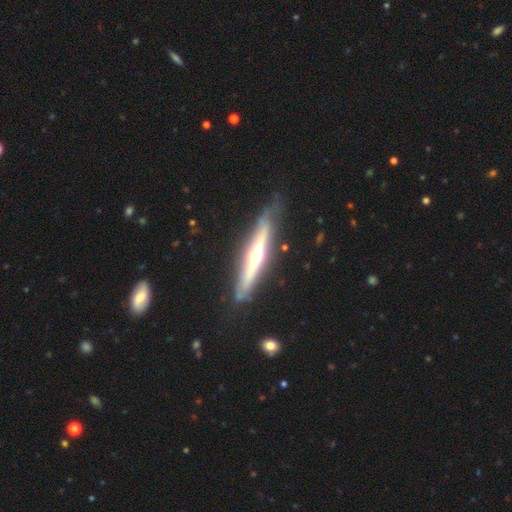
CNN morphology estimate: featured or disk 75%, smooth 21%, star or artifact 5%. Down the decision tree: edge-on disk — yes (92%); edge-on bulge — rounded (86%); merging — none (75%).